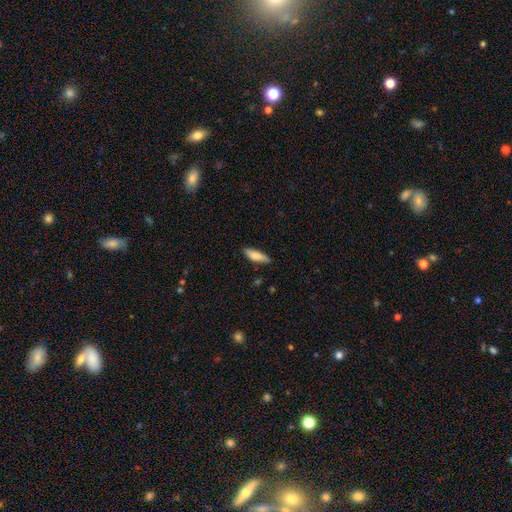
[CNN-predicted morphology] A smooth galaxy with no disk features (84%) that is in between round and cigar-shaped (50%). Merging: none (82%).